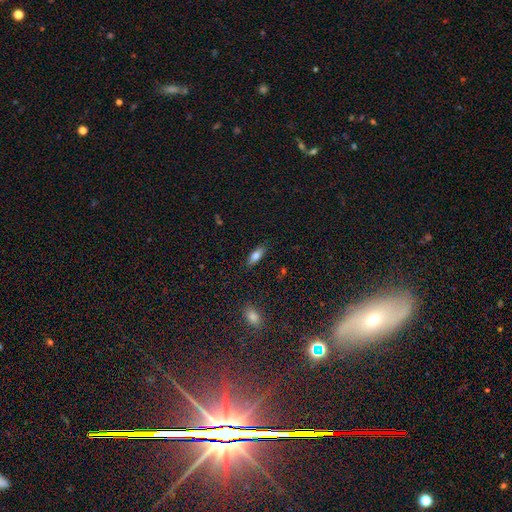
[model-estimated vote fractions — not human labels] smooth_or_featured: smooth (p=0.80) [alt: featured or disk p=0.12]
how_rounded: in between (p=0.75) [alt: cigar-shaped p=0.22]
merging: none (p=0.86) [alt: minor disturbance p=0.10]